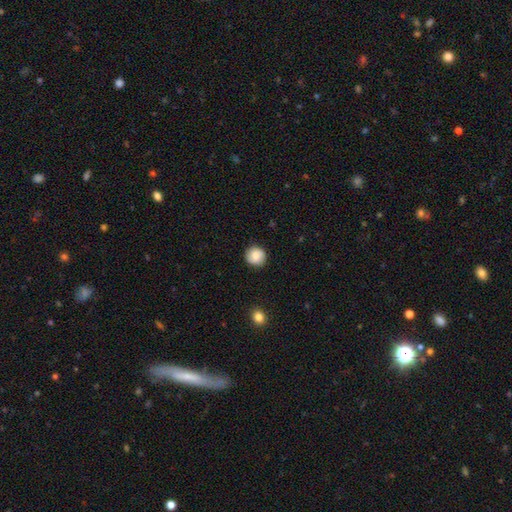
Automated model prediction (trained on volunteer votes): Morphology: type=smooth (84%); roundness=round (93%); merging=none (89%).